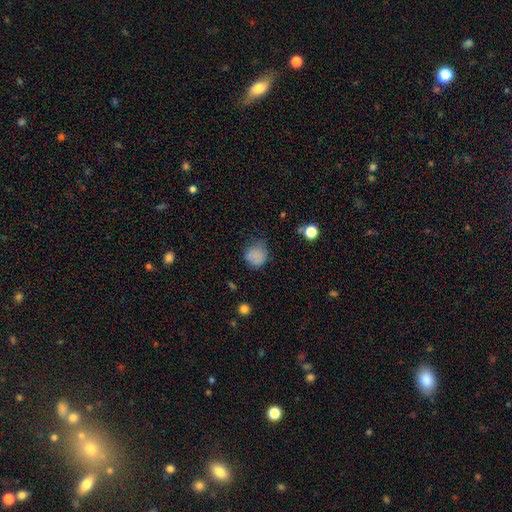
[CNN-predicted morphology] Smooth or featured: smooth — 80% (star or artifact — 12%)
How rounded: round — 80% (in between — 19%)
Merging: none — 56% (minor disturbance — 30%)